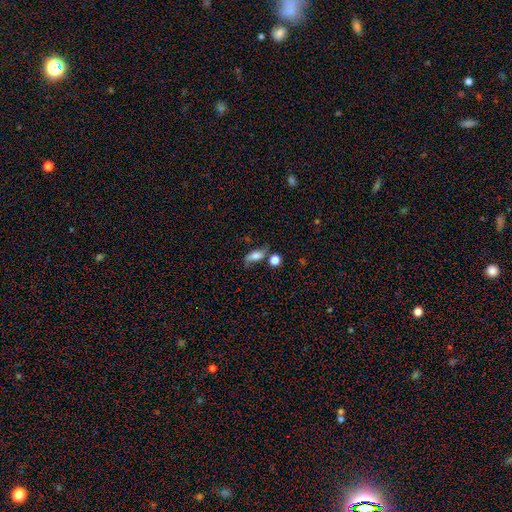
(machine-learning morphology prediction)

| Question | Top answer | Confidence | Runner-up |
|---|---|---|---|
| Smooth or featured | smooth | 47% | featured or disk (41%) |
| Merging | none | 51% | minor disturbance (22%) |